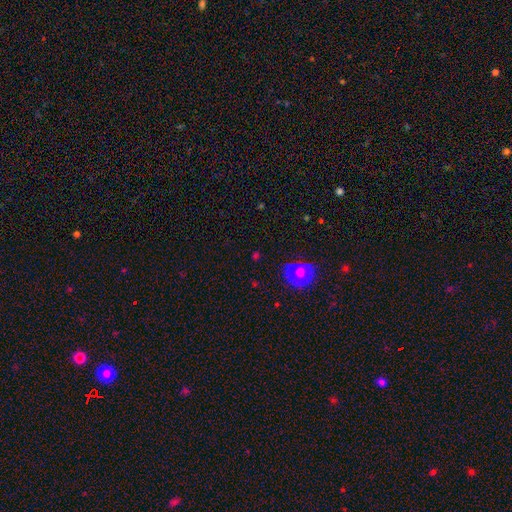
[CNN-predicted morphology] The model was most divided on "smooth or featured": smooth: 50%, star or artifact: 43%, featured or disk: 7%. More confident: merging — none (81%).